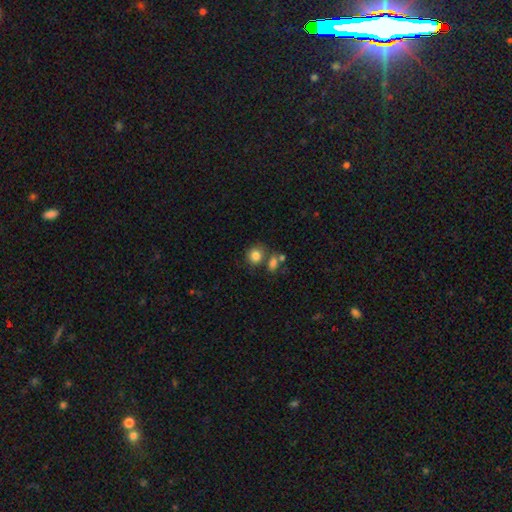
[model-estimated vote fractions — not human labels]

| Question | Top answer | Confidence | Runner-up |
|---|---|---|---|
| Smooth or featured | smooth | 83% | star or artifact (10%) |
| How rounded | round | 70% | in between (29%) |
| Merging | none | 60% | merger (21%) |